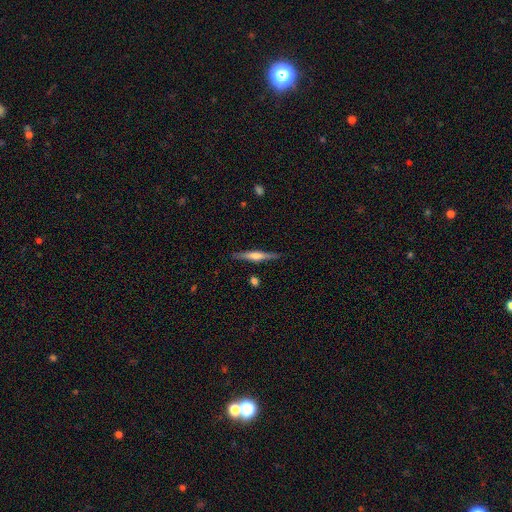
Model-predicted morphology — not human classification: Smooth or featured?
  - featured or disk: 64% *
  - smooth: 30%
  - star or artifact: 6%
Edge-on disk?
  - yes: 97% *
  - no: 3%
Edge-on bulge?
  - rounded: 72% *
  - boxy: 19%
  - none: 9%
Merging?
  - none: 88% *
  - minor disturbance: 9%
  - major disturbance: 2%
  - merger: 2%